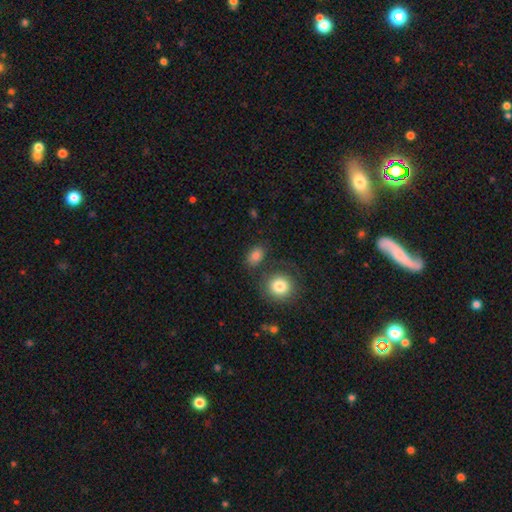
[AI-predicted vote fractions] Smooth or featured? smooth (82%)
How rounded? in between (70%)
Merging? none (69%)